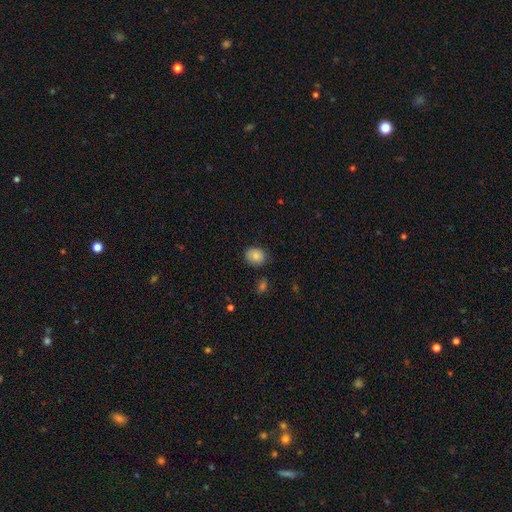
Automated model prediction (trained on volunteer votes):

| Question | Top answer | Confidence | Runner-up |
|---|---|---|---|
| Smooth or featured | smooth | 84% | star or artifact (9%) |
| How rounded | round | 57% | in between (42%) |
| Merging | none | 78% | minor disturbance (17%) |